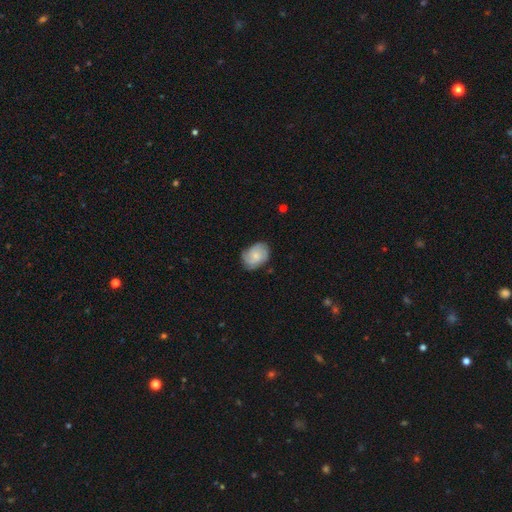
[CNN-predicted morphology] A featured or disk galaxy (51%).

Vote fractions:
- Smooth or featured? featured or disk: 51% / smooth: 41% / star or artifact: 7%
- Edge-on disk? no: 97% / yes: 3%
- Merging? none: 72% / minor disturbance: 22% / major disturbance: 6% / merger: 1%